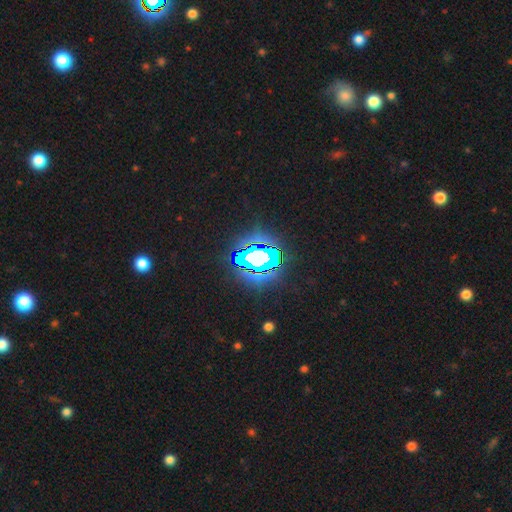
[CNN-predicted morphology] Q: Smooth or featured?
A: star or artifact (65%); runner-up: featured or disk (18%)